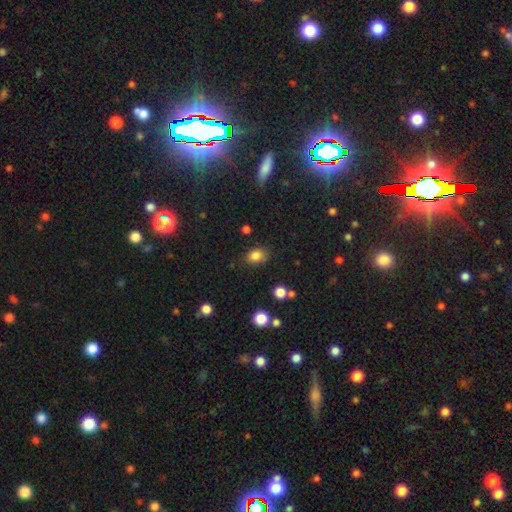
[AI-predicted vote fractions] Smooth or featured? Predicted: smooth (p=0.83). How rounded? Predicted: in between (p=0.61). Merging? Predicted: none (p=0.81).